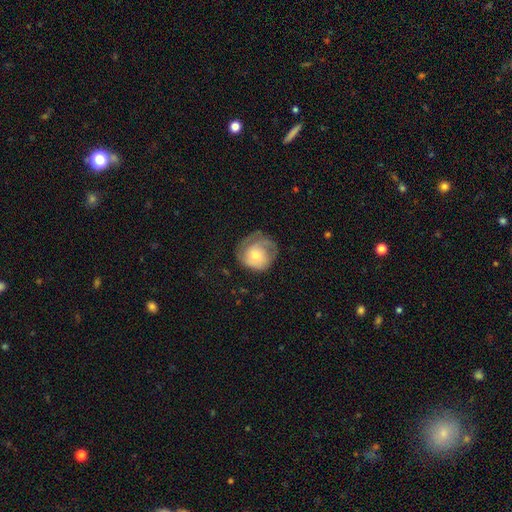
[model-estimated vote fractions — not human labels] Smooth or featured: smooth — 47% (featured or disk — 46%)
Merging: none — 48% (minor disturbance — 28%)